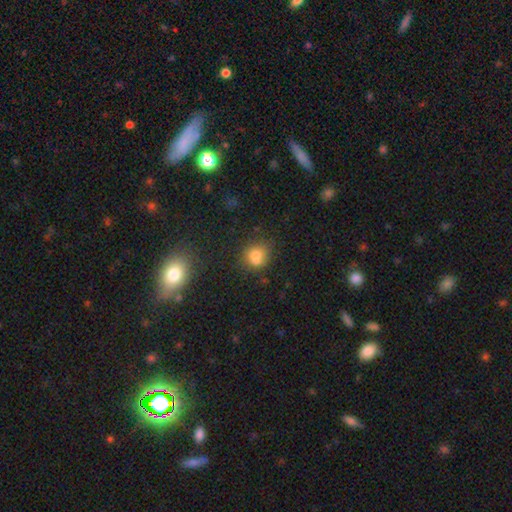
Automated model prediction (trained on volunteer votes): Q: Smooth or featured?
A: smooth (74%); runner-up: star or artifact (14%)
Q: How rounded?
A: round (69%); runner-up: in between (29%)
Q: Merging?
A: none (53%); runner-up: merger (20%)